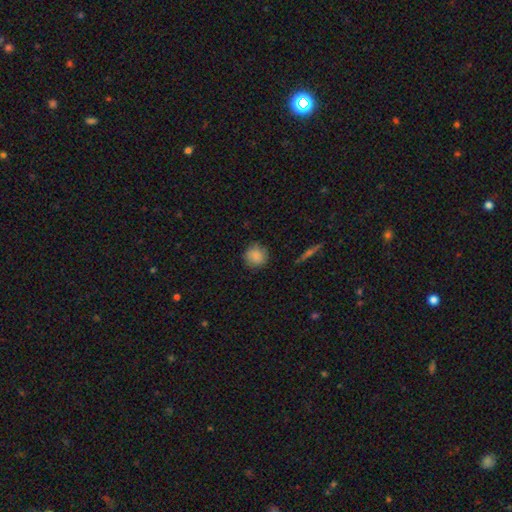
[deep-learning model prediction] Overall: smooth (86%). How rounded: round (88%). Merging: none (83%).